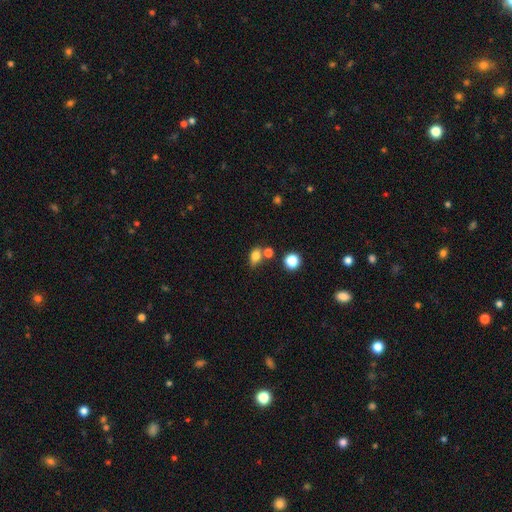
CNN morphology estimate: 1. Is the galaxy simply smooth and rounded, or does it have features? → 78% smooth, 13% star or artifact, 10% featured or disk.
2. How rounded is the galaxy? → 64% in between, 33% round, 3% cigar-shaped.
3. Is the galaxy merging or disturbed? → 55% none, 23% merger, 17% minor disturbance, 6% major disturbance.